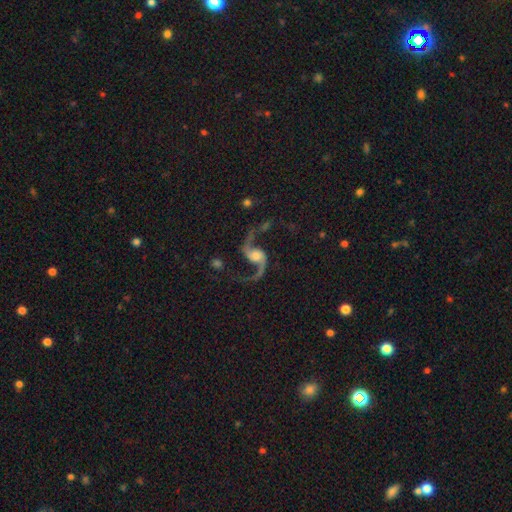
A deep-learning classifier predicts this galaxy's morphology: featured or disk 92%, star or artifact 5%, smooth 4%. Down the decision tree: edge-on disk — no (97%); bar — no (53%); spiral arms — yes (98%); spiral arm count — 2 (94%); spiral winding — loose (83%); bulge size — moderate (31%); merging — none (72%).